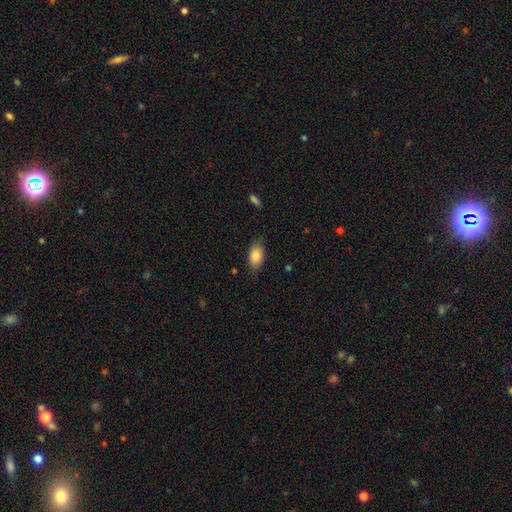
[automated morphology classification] smooth-or-featured: smooth: 86% | featured or disk: 7% | star or artifact: 7%
  how-rounded: in between: 92% | round: 5% | cigar-shaped: 3%
  merging: none: 79% | minor disturbance: 17% | major disturbance: 4% | merger: 1%